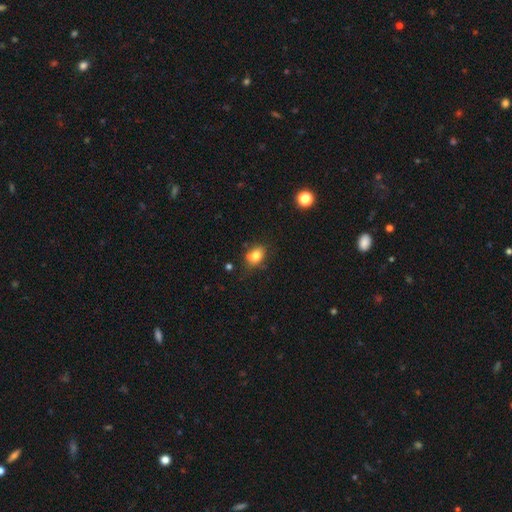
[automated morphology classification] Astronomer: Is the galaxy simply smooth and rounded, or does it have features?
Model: smooth — 80%.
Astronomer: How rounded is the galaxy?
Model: in between — 64%.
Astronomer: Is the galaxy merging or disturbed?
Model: none — 70%.